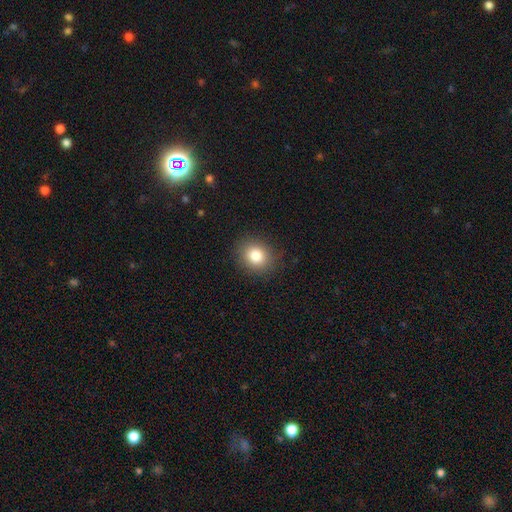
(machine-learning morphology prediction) smooth-or-featured: smooth: 81% | star or artifact: 11% | featured or disk: 8%
  how-rounded: round: 70% | in between: 29% | cigar-shaped: 1%
  merging: none: 88% | minor disturbance: 8% | major disturbance: 3% | merger: 1%